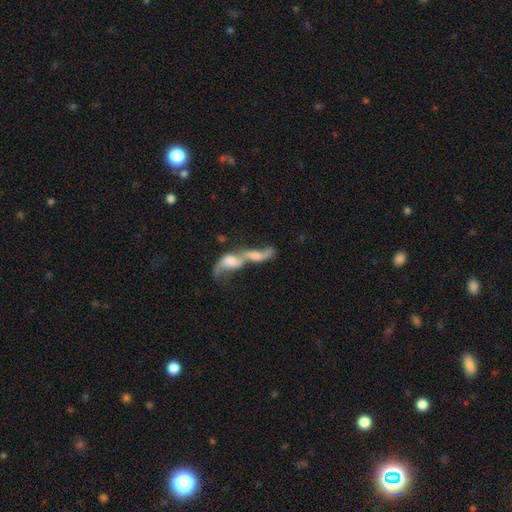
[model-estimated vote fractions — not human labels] Overall: featured or disk (52%; smooth 39%). Edge-on disk: no (87%). Merging: merger (82%).